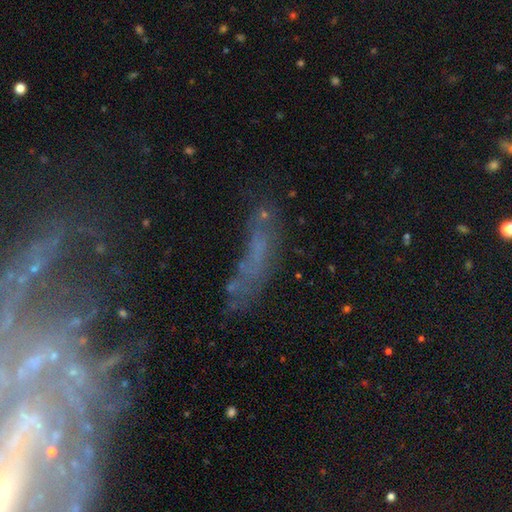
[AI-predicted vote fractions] smooth_or_featured: featured or disk (p=0.58) [alt: star or artifact p=0.23]
disk_edge_on: no (p=0.83) [alt: yes p=0.17]
merging: none (p=0.51) [alt: major disturbance p=0.20]